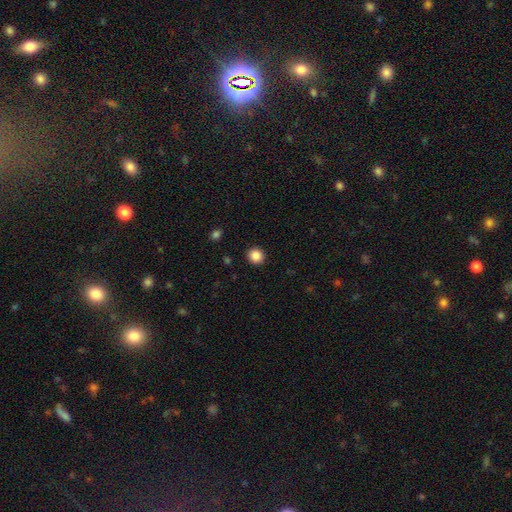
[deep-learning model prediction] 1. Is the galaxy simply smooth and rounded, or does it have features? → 86% smooth, 10% star or artifact, 4% featured or disk.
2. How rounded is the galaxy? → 85% round, 14% in between, 1% cigar-shaped.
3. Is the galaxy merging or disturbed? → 92% none, 5% minor disturbance, 2% major disturbance, 1% merger.